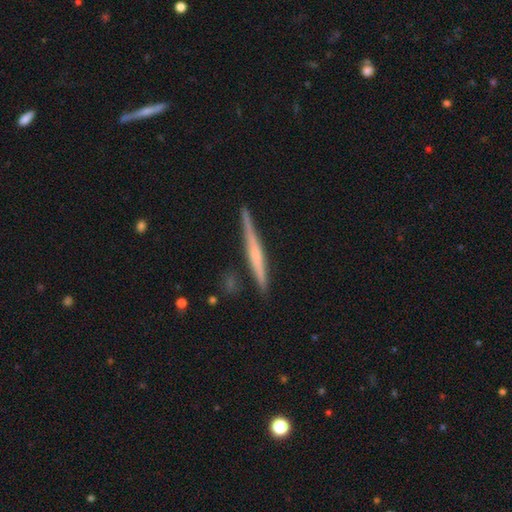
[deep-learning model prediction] smooth-or-featured: featured or disk: 65% | smooth: 30% | star or artifact: 5%
  disk-edge-on: yes: 98% | no: 2%
    edge-on-bulge: none: 47% | rounded: 35% | boxy: 18%
  merging: none: 87% | minor disturbance: 10% | merger: 2% | major disturbance: 2%